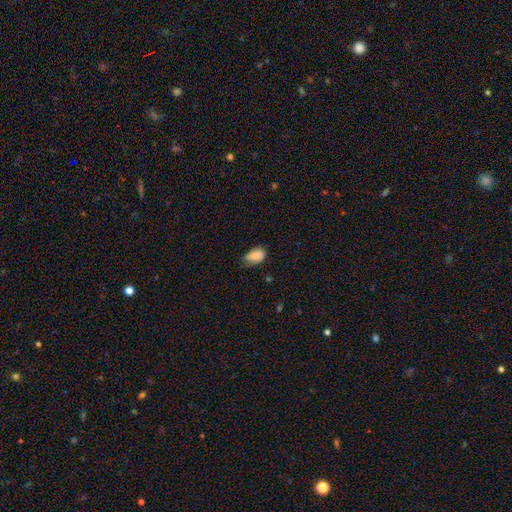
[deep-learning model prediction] This is likely a smooth galaxy (80%). How rounded: clearly in between (89%). Merging: possibly none (54%).